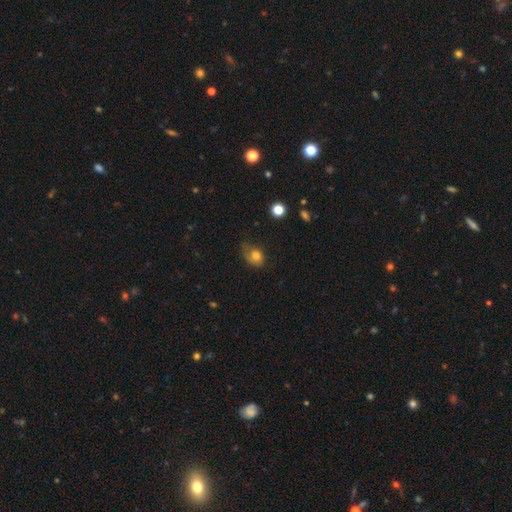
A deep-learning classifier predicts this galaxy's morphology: type=smooth (75%); roundness=in between (57%); merging=none (42%).